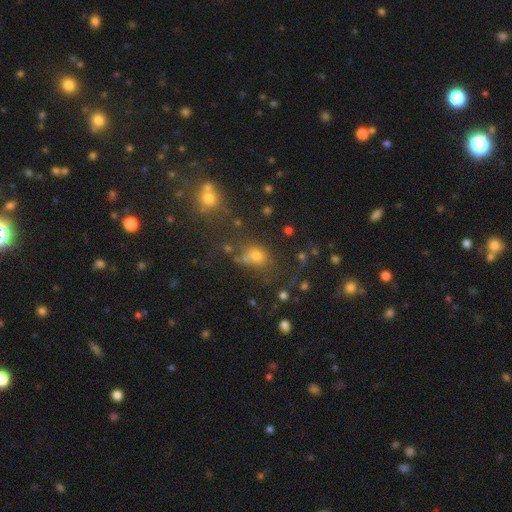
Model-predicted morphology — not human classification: type=smooth (65%); roundness=round (59%); merging=none (55%).